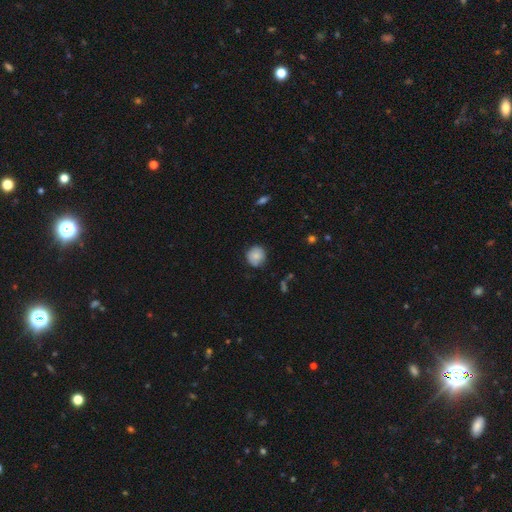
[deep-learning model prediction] This is clearly a smooth galaxy (81%). How rounded: clearly round (89%). Merging: likely none (76%).